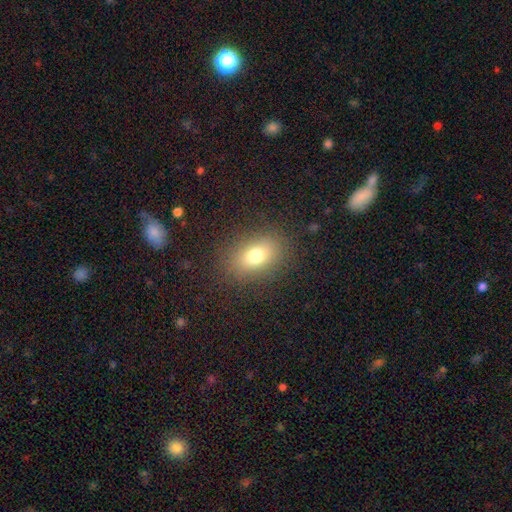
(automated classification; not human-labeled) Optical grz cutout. It shows a smooth galaxy with no disk features (76%) that is in between round and cigar-shaped (78%). Merging: none (85%).